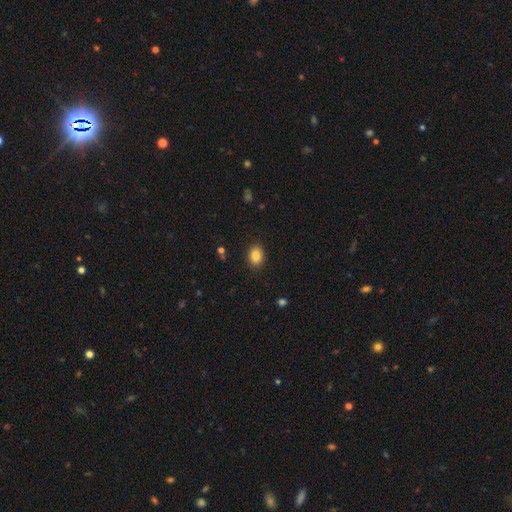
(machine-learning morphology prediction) A smooth galaxy with no disk features (85%) that is in between round and cigar-shaped (65%).

Vote fractions:
- Smooth or featured? smooth: 85% / star or artifact: 9% / featured or disk: 6%
- How rounded? in between: 65% / round: 34% / cigar-shaped: 1%
- Merging? none: 88% / minor disturbance: 9% / major disturbance: 2% / merger: 1%